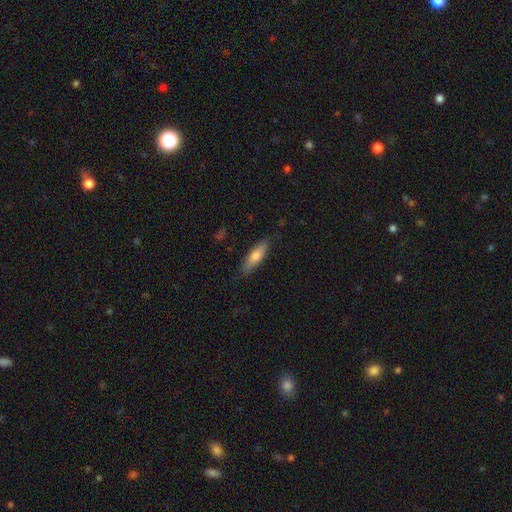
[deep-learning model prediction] Smooth or featured? Predicted: smooth (p=0.73). How rounded? Predicted: cigar-shaped (p=0.54). Merging? Predicted: none (p=0.83).